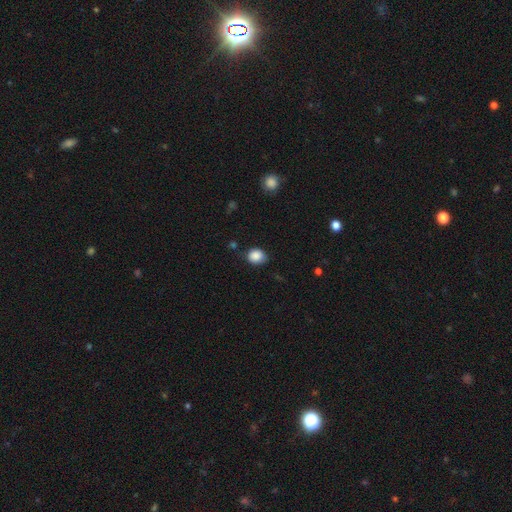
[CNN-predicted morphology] Smooth or featured? Predicted: smooth (p=0.86). How rounded? Predicted: round (p=0.58). Merging? Predicted: none (p=0.72).